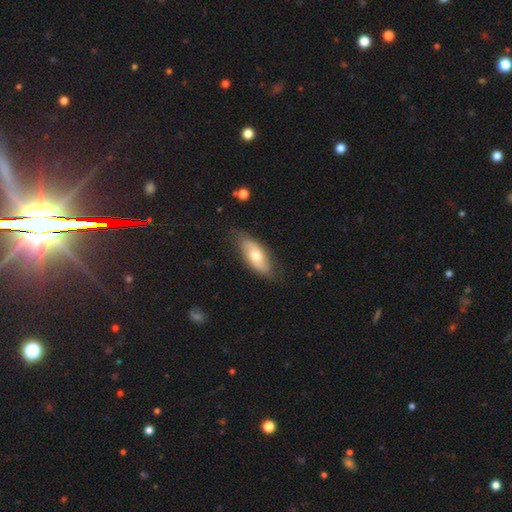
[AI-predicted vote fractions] smooth_or_featured: smooth (p=0.58) [alt: featured or disk p=0.37]
how_rounded: in between (p=0.79) [alt: cigar-shaped p=0.18]
merging: none (p=0.76) [alt: minor disturbance p=0.19]